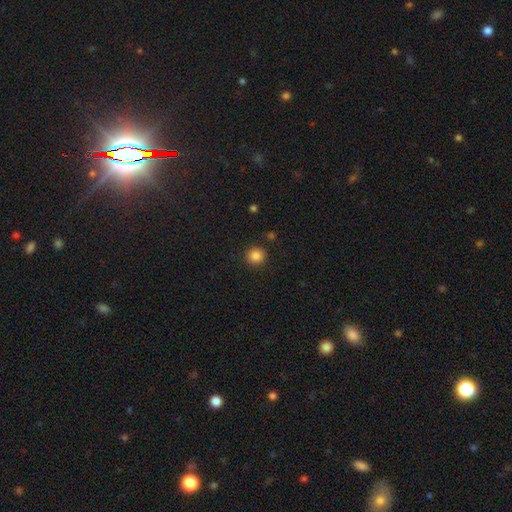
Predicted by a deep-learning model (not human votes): Smooth or featured?
  - smooth: 85% *
  - star or artifact: 11%
  - featured or disk: 4%
How rounded?
  - round: 93% *
  - in between: 6%
  - cigar-shaped: 1%
Merging?
  - none: 90% *
  - minor disturbance: 6%
  - major disturbance: 2%
  - merger: 2%